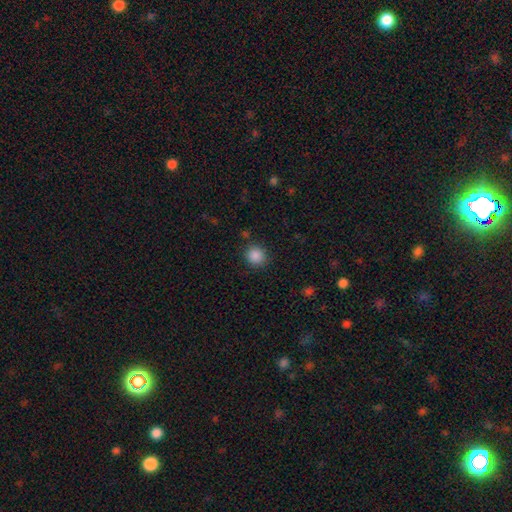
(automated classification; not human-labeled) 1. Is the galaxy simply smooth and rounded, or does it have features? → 87% smooth, 10% star or artifact, 3% featured or disk.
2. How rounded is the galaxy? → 86% round, 13% in between, 1% cigar-shaped.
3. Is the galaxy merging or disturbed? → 86% none, 9% minor disturbance, 3% major disturbance, 2% merger.